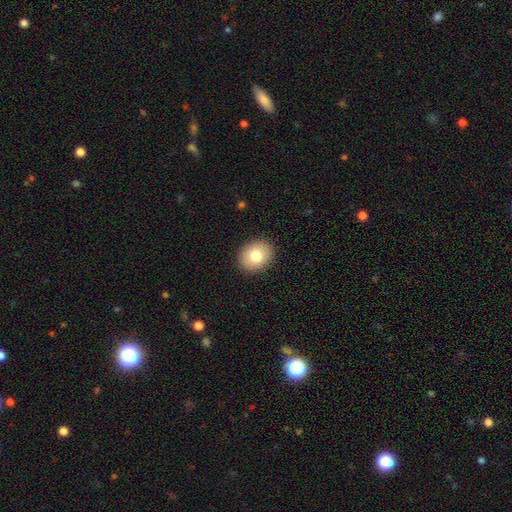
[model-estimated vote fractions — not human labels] smooth_or_featured: smooth (p=0.79) [alt: featured or disk p=0.13]
how_rounded: round (p=0.52) [alt: in between p=0.47]
merging: none (p=0.90) [alt: minor disturbance p=0.07]